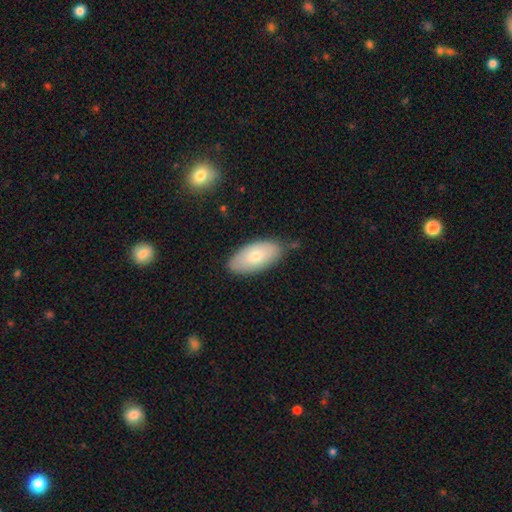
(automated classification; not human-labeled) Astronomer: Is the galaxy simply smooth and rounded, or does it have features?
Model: smooth — 72%.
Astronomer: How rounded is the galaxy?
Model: in between — 93%.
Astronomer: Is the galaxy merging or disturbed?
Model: none — 77%.